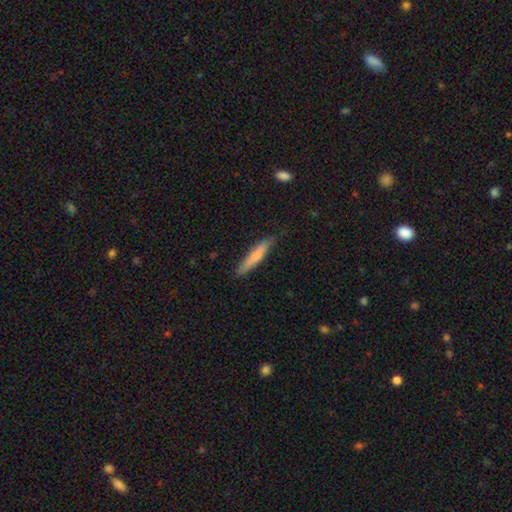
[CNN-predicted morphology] A smooth galaxy with no disk features (67%) that is cigar-shaped (91%).

Vote fractions:
- Smooth or featured? smooth: 67% / featured or disk: 27% / star or artifact: 6%
- How rounded? cigar-shaped: 91% / in between: 8% / round: 1%
- Merging? none: 82% / minor disturbance: 15% / major disturbance: 2% / merger: 1%